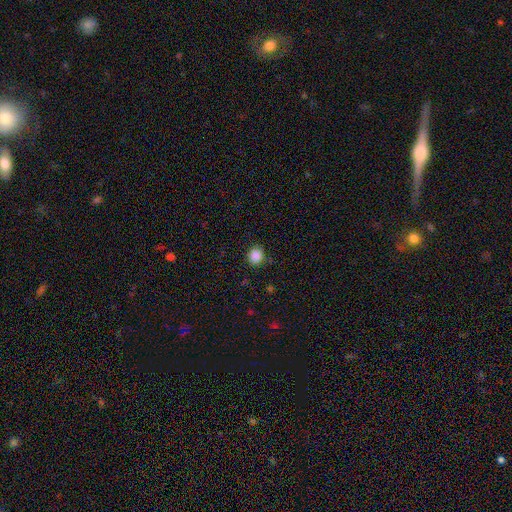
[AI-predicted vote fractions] This appears to be a smooth galaxy with no disk features (87%) that is round (75%). Merging: none (83%).